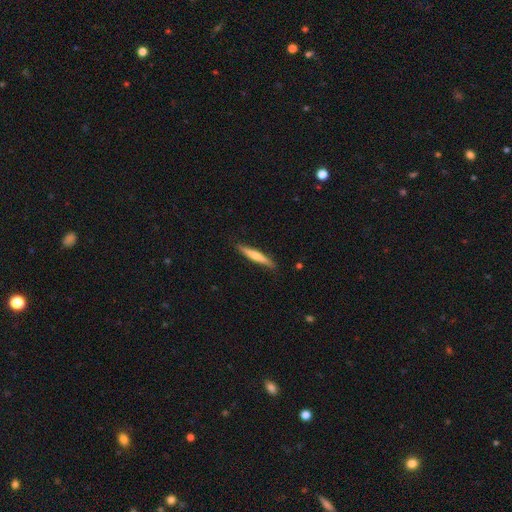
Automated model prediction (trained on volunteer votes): Smooth or featured: smooth — 57% (featured or disk — 38%)
How rounded: cigar-shaped — 93% (in between — 6%)
Merging: none — 88% (minor disturbance — 10%)